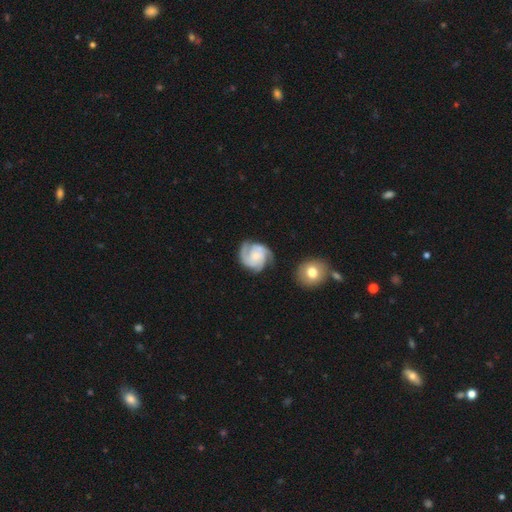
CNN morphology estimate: Overall: featured or disk (85%). Edge-on disk: no (98%). Bar: no (71%). Spiral arms: yes (97%). Spiral arm count: 3 (56%; 2 20%). Spiral winding: tight (54%; medium 38%). Bulge size: small (51%; moderate 28%). Merging: none (70%).